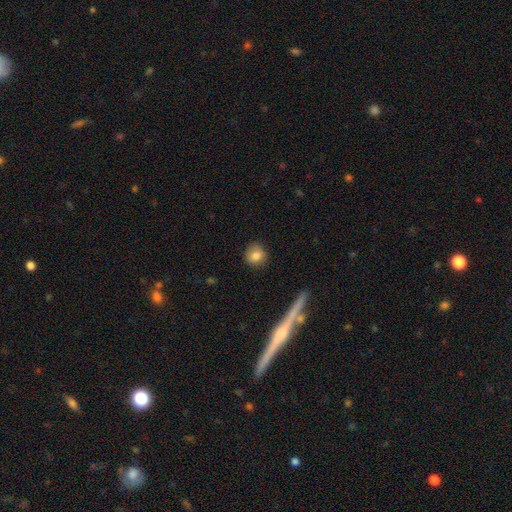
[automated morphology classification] Smooth or featured? Predicted: smooth (p=0.80). How rounded? Predicted: round (p=0.88). Merging? Predicted: none (p=0.85).